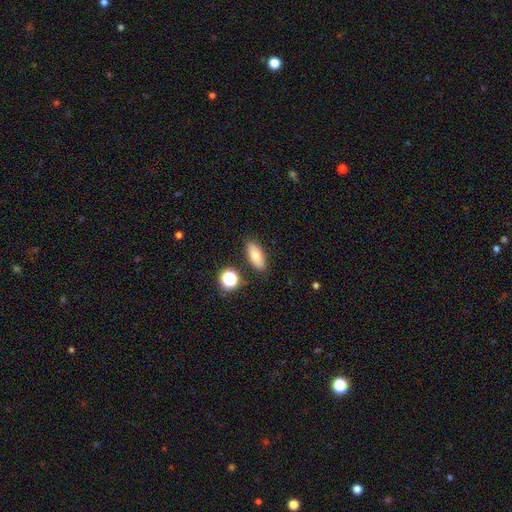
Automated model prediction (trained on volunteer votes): Smooth or featured: smooth — 78% (featured or disk — 12%)
How rounded: in between — 79% (cigar-shaped — 15%)
Merging: none — 85% (minor disturbance — 10%)